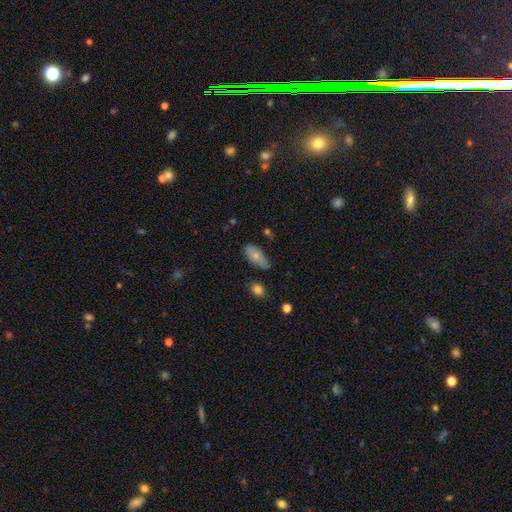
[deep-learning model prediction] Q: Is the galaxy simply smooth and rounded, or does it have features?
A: smooth — 73%.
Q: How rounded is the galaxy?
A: in between — 86%.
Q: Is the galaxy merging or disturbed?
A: none — 62%.